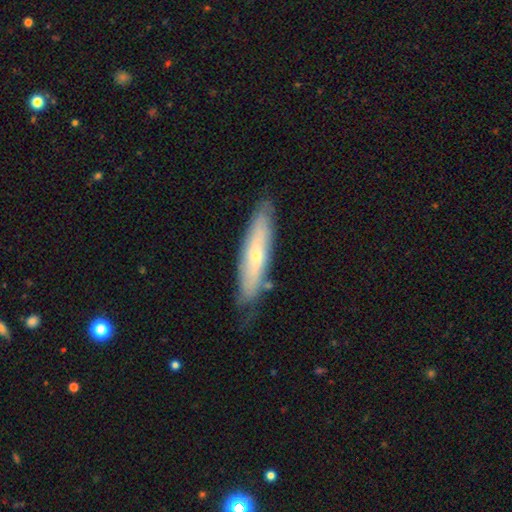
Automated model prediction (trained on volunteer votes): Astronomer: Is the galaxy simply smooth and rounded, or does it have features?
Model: featured or disk — 52% (runner-up: smooth, 42%).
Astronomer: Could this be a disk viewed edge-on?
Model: yes — 58% (runner-up: no, 42%).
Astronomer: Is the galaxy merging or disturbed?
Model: none — 77%.